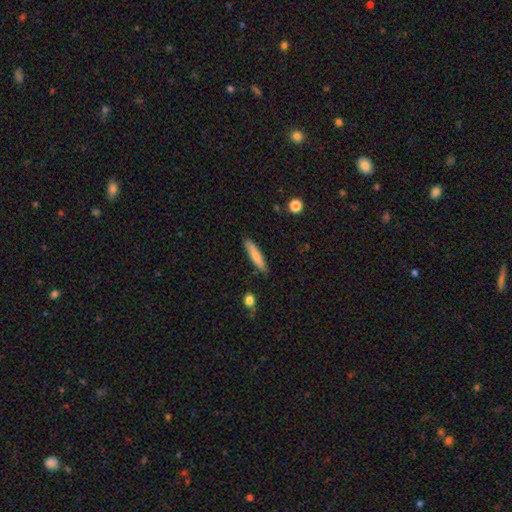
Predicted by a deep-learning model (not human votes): This appears to be a smooth galaxy with no disk features (78%) that is cigar-shaped (87%). Merging: none (87%).